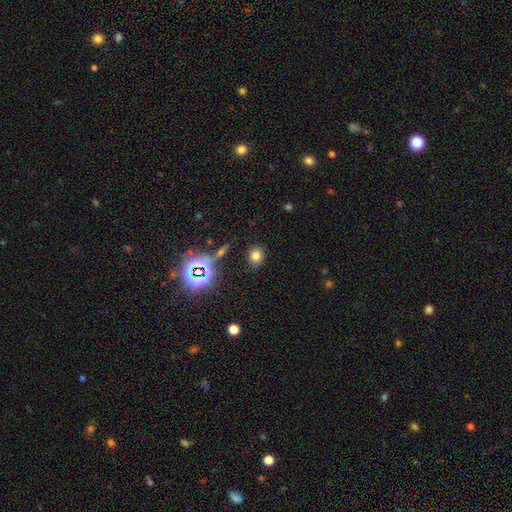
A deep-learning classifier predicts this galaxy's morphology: The model was most divided on "how rounded": round: 64%, in between: 34%, cigar-shaped: 2%. More confident: merging — none (85%); smooth or featured — smooth (71%).